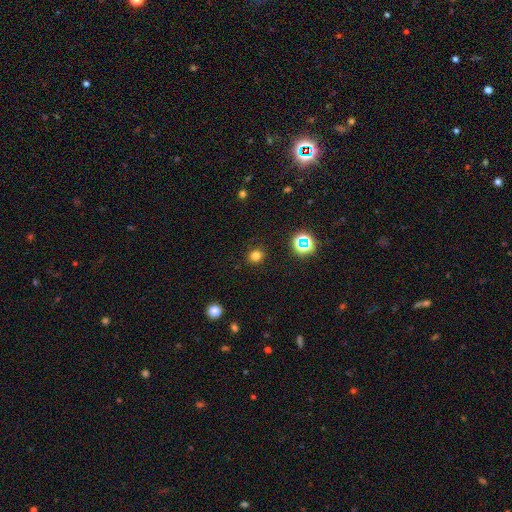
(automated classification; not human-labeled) The model was most divided on "smooth or featured": smooth: 77%, star or artifact: 18%, featured or disk: 5%. More confident: merging — none (89%); how rounded — round (83%).